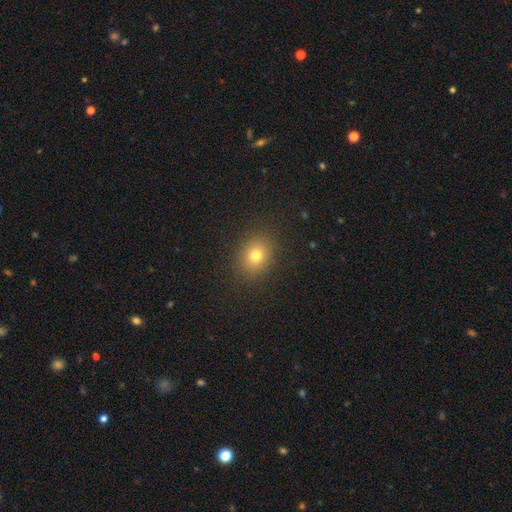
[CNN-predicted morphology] Smooth or featured? Predicted: smooth (p=0.77). How rounded? Predicted: round (p=0.57). Merging? Predicted: none (p=0.88).